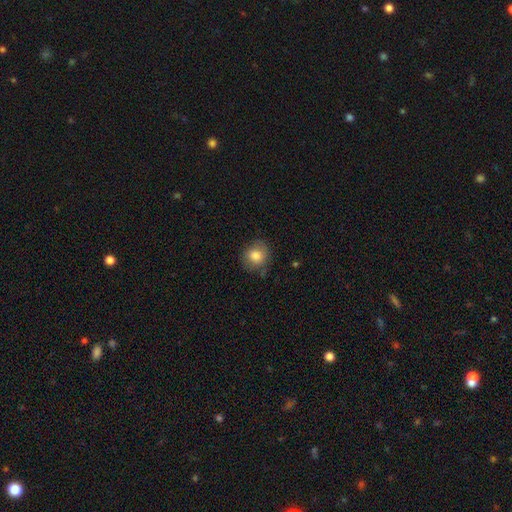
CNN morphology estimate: Overall: smooth (82%). How rounded: round (79%). Merging: none (77%).